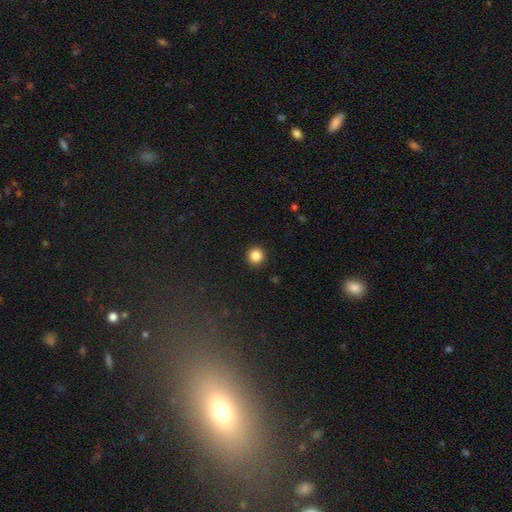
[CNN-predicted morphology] Smooth or featured?
  - smooth: 85% *
  - star or artifact: 11%
  - featured or disk: 4%
How rounded?
  - round: 95% *
  - in between: 4%
  - cigar-shaped: 1%
Merging?
  - none: 93% *
  - minor disturbance: 5%
  - major disturbance: 2%
  - merger: 1%